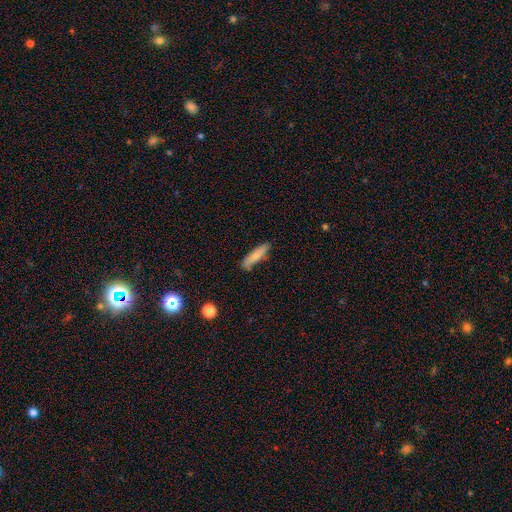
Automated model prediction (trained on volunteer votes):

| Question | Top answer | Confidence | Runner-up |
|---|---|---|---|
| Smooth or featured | smooth | 80% | featured or disk (13%) |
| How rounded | cigar-shaped | 77% | in between (22%) |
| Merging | none | 76% | minor disturbance (18%) |